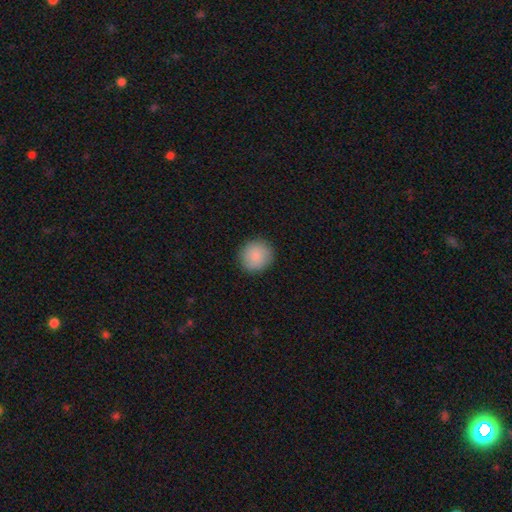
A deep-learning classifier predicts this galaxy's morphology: Q: Smooth or featured?
A: smooth (88%); runner-up: star or artifact (7%)
Q: How rounded?
A: round (91%); runner-up: in between (8%)
Q: Merging?
A: none (90%); runner-up: minor disturbance (7%)